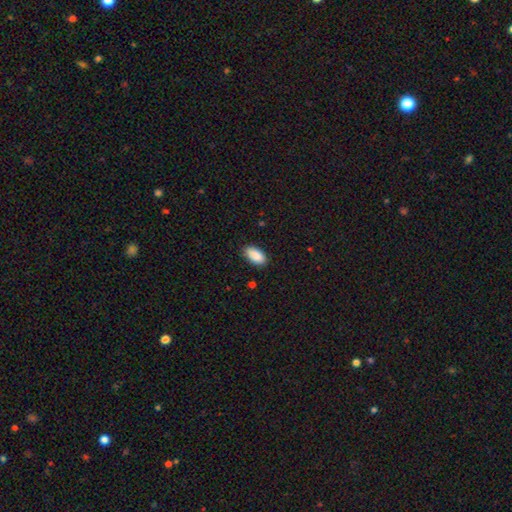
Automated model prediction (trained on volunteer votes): Smooth or featured: smooth — 89% (star or artifact — 7%)
How rounded: in between — 94% (cigar-shaped — 4%)
Merging: none — 85% (minor disturbance — 12%)